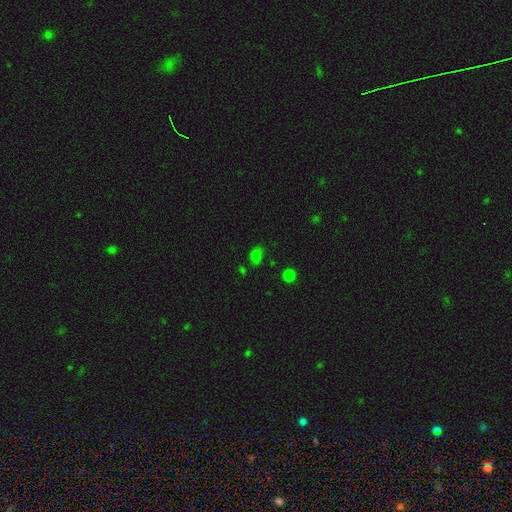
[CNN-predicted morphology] Smooth or featured? smooth (66%)
How rounded? in between (62%)
Merging? none (70%)